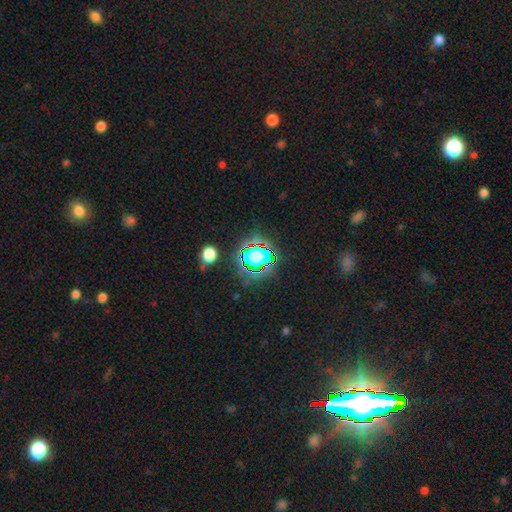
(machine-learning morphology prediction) Smooth or featured: star or artifact — 57% (smooth — 30%)